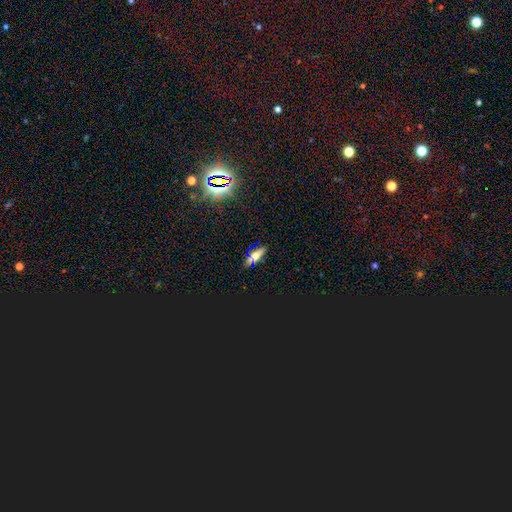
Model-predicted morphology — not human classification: Smooth or featured?
  - smooth: 56% *
  - star or artifact: 25%
  - featured or disk: 19%
How rounded?
  - in between: 65% *
  - cigar-shaped: 28%
  - round: 7%
Merging?
  - none: 86% *
  - minor disturbance: 10%
  - major disturbance: 3%
  - merger: 2%